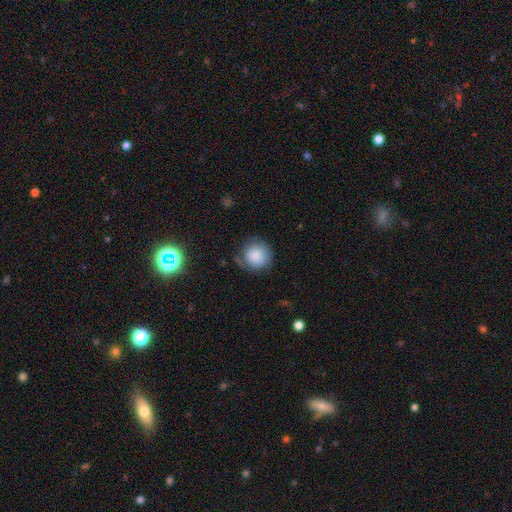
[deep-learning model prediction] Smooth or featured?
  - smooth: 84% *
  - featured or disk: 8%
  - star or artifact: 8%
How rounded?
  - round: 90% *
  - in between: 9%
  - cigar-shaped: 1%
Merging?
  - none: 63% *
  - minor disturbance: 24%
  - major disturbance: 10%
  - merger: 3%